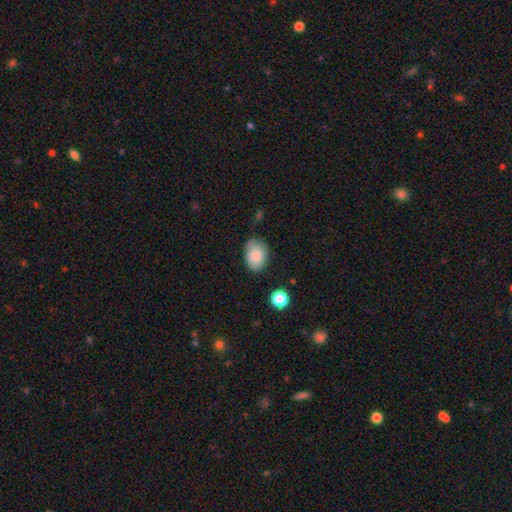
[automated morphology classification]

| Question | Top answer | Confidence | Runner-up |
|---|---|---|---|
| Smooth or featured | smooth | 82% | featured or disk (10%) |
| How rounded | in between | 76% | round (23%) |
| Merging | none | 70% | minor disturbance (23%) |